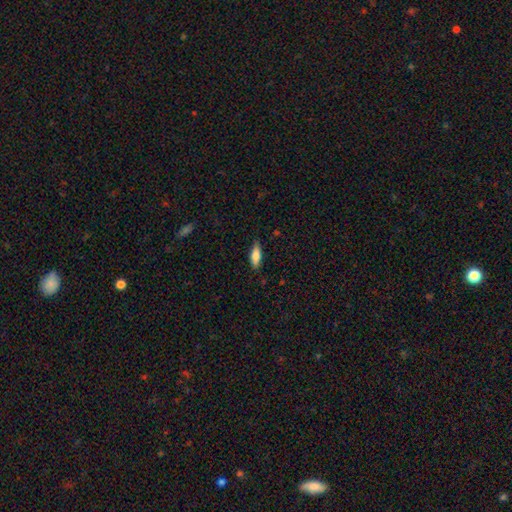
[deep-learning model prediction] This appears to be a smooth galaxy with no disk features (78%) that is in between round and cigar-shaped (63%). Merging: none (82%).